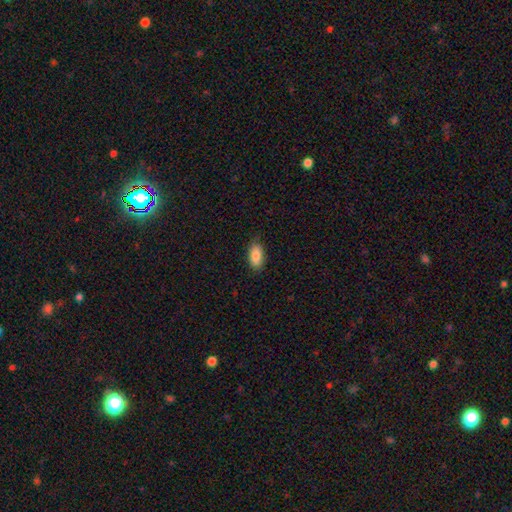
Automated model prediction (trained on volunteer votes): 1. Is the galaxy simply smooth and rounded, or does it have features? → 86% smooth, 7% star or artifact, 7% featured or disk.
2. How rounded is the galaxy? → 89% in between, 8% cigar-shaped, 3% round.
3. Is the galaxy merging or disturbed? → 83% none, 14% minor disturbance, 3% major disturbance, 1% merger.